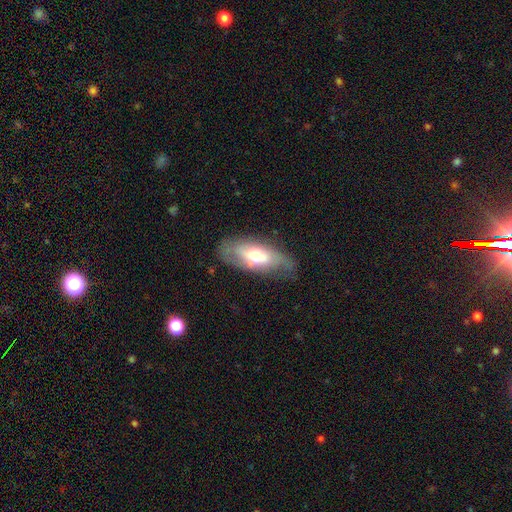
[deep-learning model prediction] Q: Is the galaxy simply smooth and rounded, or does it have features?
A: featured or disk — 48%.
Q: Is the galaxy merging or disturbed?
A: none — 58%.